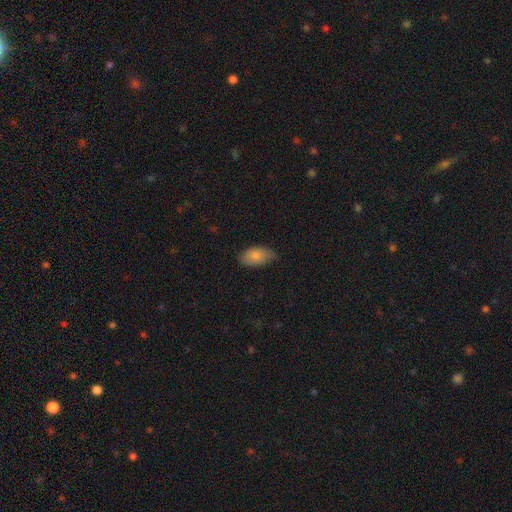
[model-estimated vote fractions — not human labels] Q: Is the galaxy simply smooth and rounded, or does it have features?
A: smooth — 81%.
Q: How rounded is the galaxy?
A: in between — 93%.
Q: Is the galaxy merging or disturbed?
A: none — 68%.